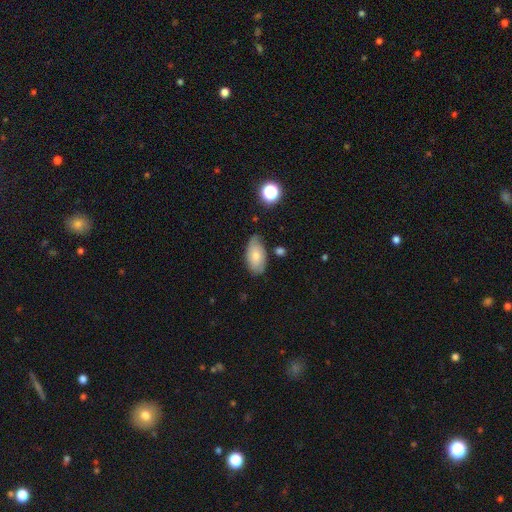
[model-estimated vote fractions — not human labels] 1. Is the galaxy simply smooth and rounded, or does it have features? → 73% smooth, 20% featured or disk, 8% star or artifact.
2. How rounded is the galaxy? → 93% in between, 4% round, 3% cigar-shaped.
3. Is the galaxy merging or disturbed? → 68% none, 24% minor disturbance, 5% major disturbance, 3% merger.